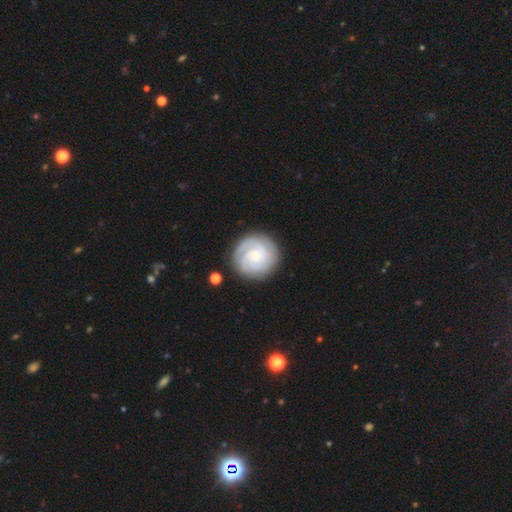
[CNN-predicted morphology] Smooth or featured? Predicted: featured or disk (p=0.82). Edge-on disk? Predicted: no (p=0.98). Bar? Predicted: no (p=0.73). Spiral arms? Predicted: yes (p=0.97). Spiral winding? Predicted: tight (p=0.79). Spiral arm count? Predicted: 3 (p=0.34). Bulge size? Predicted: small (p=0.71). Merging? Predicted: none (p=0.84).